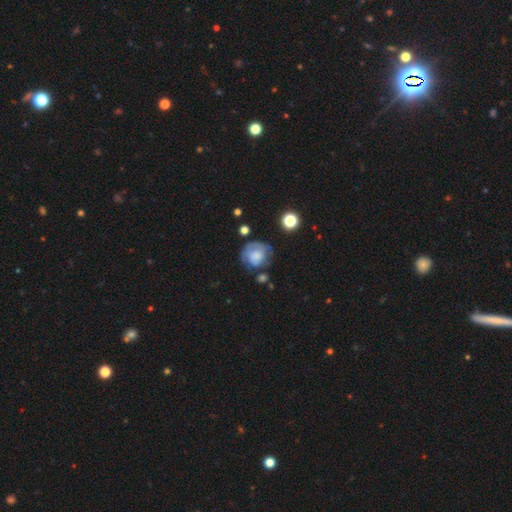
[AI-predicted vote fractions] smooth_or_featured: smooth (p=0.54) [alt: featured or disk p=0.38]
how_rounded: round (p=0.78) [alt: in between p=0.21]
merging: none (p=0.52) [alt: minor disturbance p=0.26]